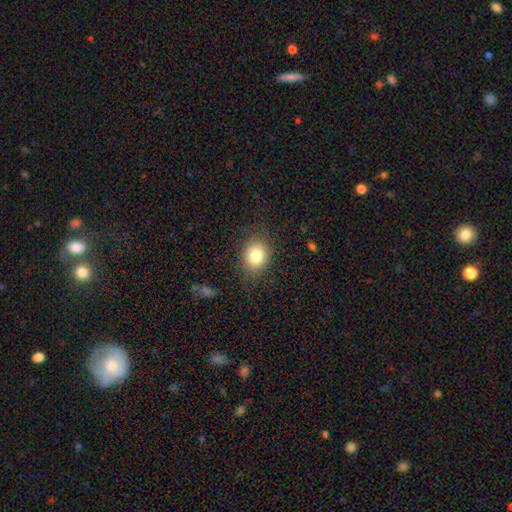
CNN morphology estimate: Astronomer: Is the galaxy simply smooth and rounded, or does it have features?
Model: smooth — 81%.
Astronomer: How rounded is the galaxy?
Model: round — 54% (runner-up: in between, 45%).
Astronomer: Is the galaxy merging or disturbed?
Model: none — 82%.